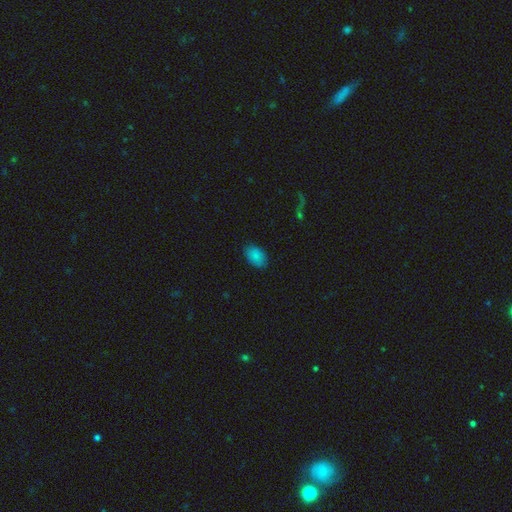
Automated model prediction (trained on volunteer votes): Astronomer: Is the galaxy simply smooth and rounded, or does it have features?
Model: smooth — 86%.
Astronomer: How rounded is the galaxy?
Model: in between — 88%.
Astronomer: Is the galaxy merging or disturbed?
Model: none — 85%.